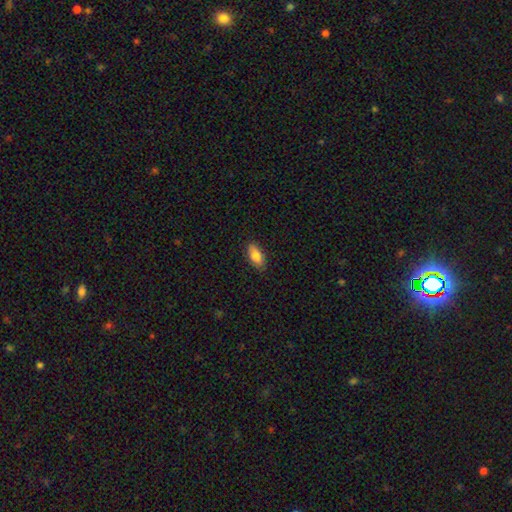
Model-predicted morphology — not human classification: smooth-or-featured: smooth: 81% | featured or disk: 13% | star or artifact: 7%
  how-rounded: in between: 87% | cigar-shaped: 10% | round: 3%
  merging: none: 85% | minor disturbance: 12% | major disturbance: 2% | merger: 1%